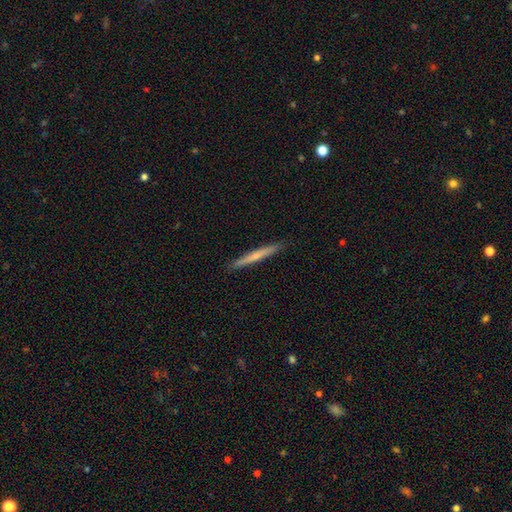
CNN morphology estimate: smooth-or-featured: smooth: 49% | featured or disk: 46% | star or artifact: 6%
  merging: none: 91% | minor disturbance: 6% | major disturbance: 1% | merger: 1%